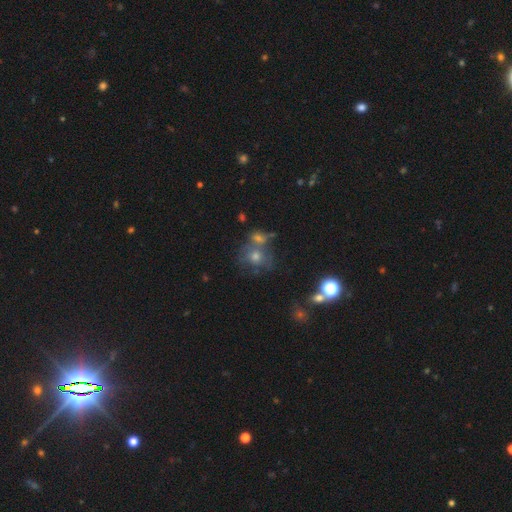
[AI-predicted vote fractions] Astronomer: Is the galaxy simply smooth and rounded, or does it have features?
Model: smooth — 45% (runner-up: star or artifact, 29%).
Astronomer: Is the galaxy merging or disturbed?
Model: none — 46% (runner-up: merger, 34%).